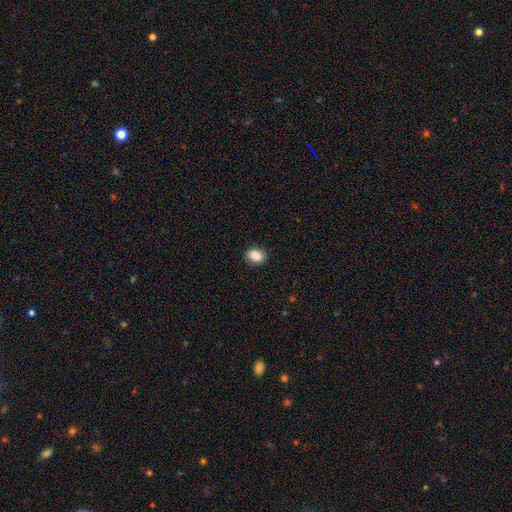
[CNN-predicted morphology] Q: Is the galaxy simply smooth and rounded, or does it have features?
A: smooth — 87%.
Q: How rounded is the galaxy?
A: in between — 63%.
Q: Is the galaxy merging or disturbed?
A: none — 86%.